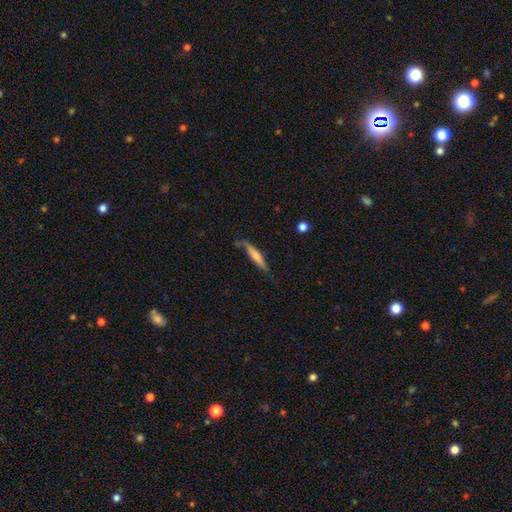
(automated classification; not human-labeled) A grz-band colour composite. It shows a smooth galaxy with no disk features (65%) that is cigar-shaped (89%). Merging: none (61%).